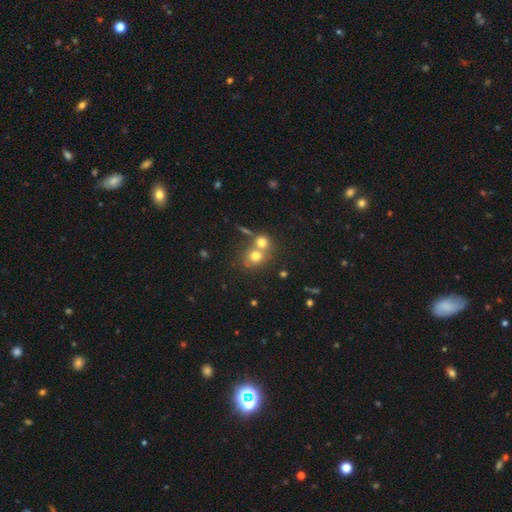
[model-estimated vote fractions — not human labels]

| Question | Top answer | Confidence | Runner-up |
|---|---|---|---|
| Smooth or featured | smooth | 71% | featured or disk (15%) |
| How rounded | round | 79% | in between (20%) |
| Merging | merger | 52% | none (38%) |